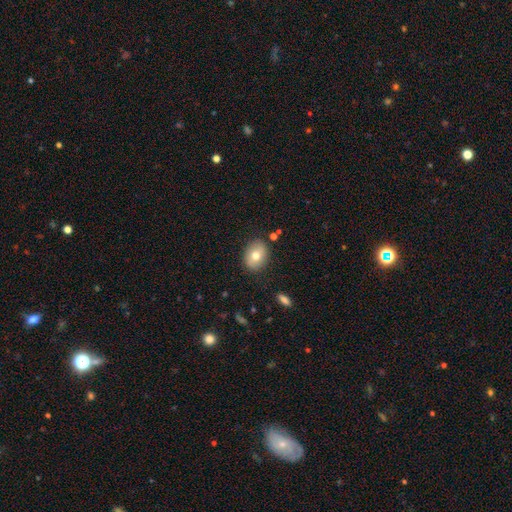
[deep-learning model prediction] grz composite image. It shows a smooth galaxy with no disk features (70%) that is in between round and cigar-shaped (67%). Merging: none (85%).